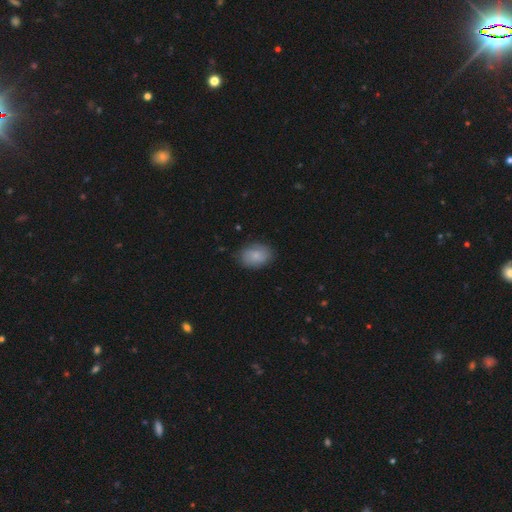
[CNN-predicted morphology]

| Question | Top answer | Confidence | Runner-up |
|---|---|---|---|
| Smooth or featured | smooth | 80% | featured or disk (13%) |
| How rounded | in between | 78% | round (21%) |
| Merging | none | 81% | minor disturbance (14%) |